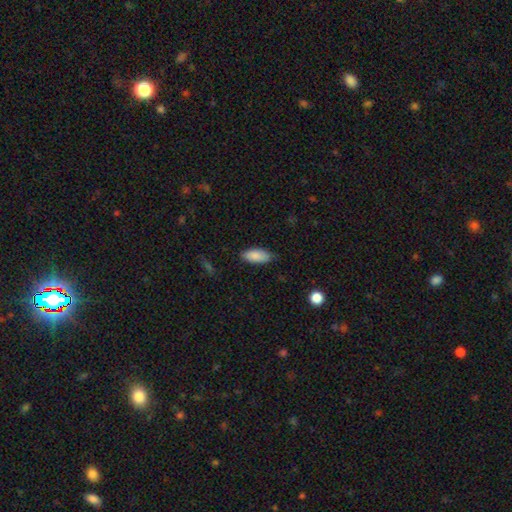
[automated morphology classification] Smooth or featured? smooth (87%)
How rounded? in between (88%)
Merging? none (80%)